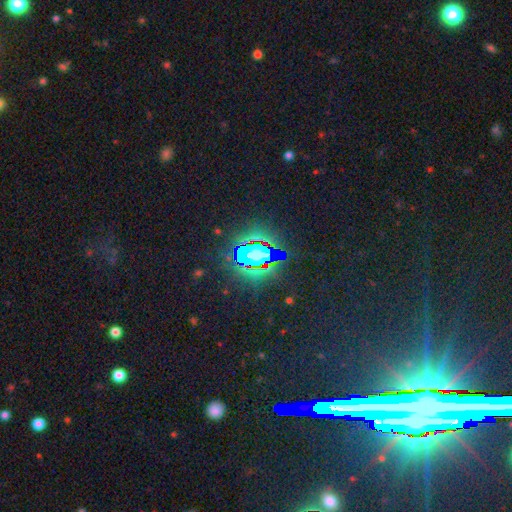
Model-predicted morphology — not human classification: Smooth or featured? star or artifact (83%)